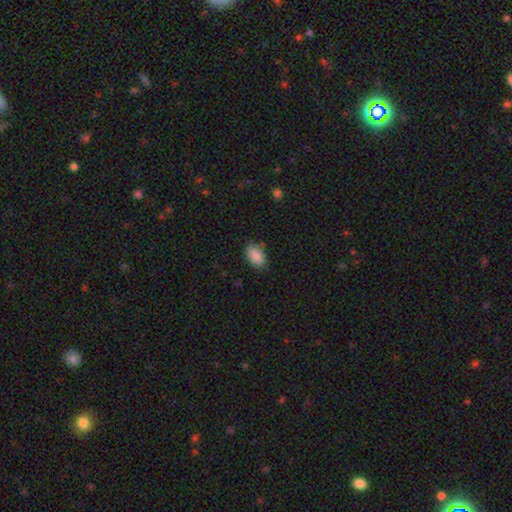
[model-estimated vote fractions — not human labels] A smooth galaxy with no disk features (89%) that is in between round and cigar-shaped (91%). Merging: none (78%).